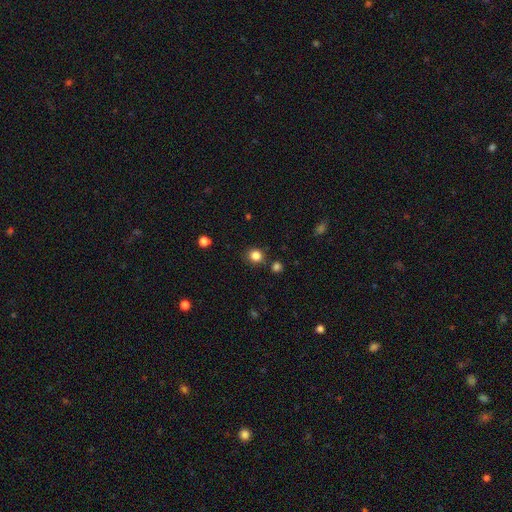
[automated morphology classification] The model was most divided on "smooth or featured": smooth: 83%, star or artifact: 12%, featured or disk: 4%. More confident: how rounded — round (88%); merging — none (85%).